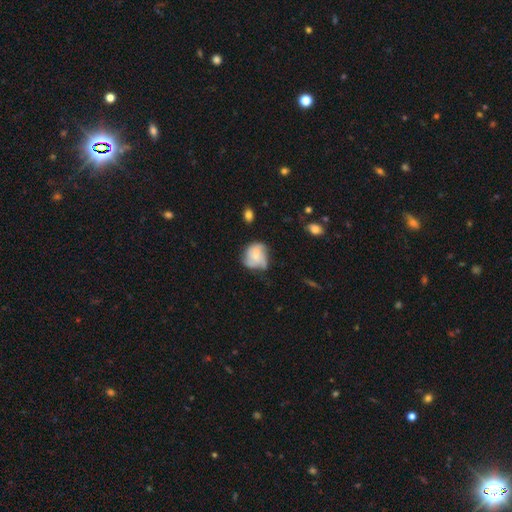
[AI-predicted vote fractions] Morphology: type=smooth (49%); merging=none (46%).